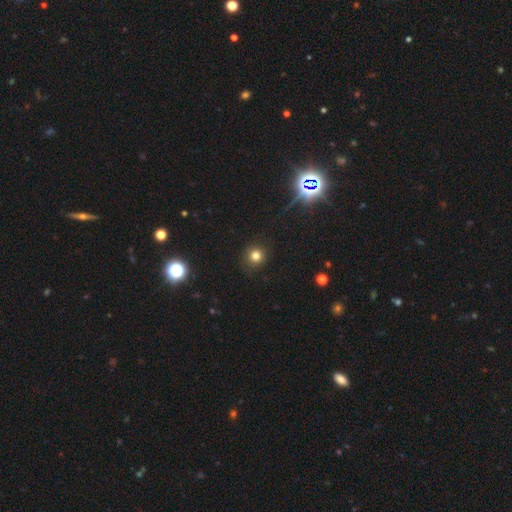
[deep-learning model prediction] This is likely a smooth galaxy (79%). How rounded: clearly round (93%). Merging: clearly none (89%).